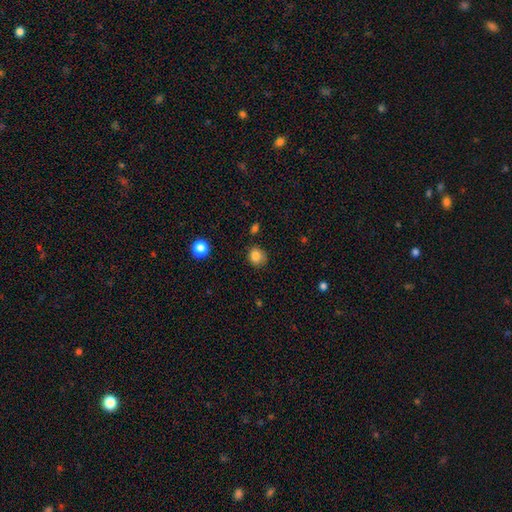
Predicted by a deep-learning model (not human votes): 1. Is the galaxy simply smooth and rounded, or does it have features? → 83% smooth, 11% star or artifact, 6% featured or disk.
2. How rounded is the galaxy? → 81% round, 18% in between, 1% cigar-shaped.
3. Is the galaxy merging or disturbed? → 80% none, 15% minor disturbance, 3% major disturbance, 2% merger.